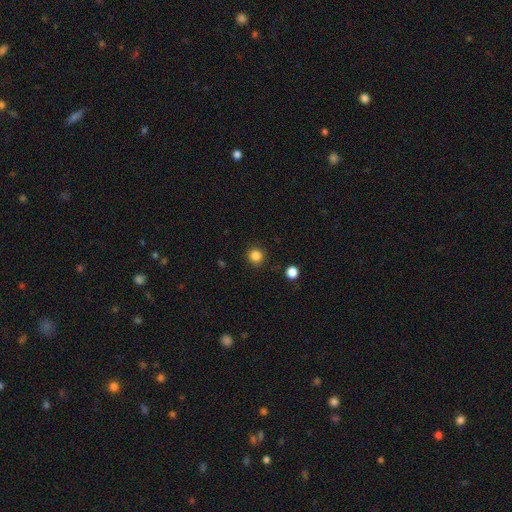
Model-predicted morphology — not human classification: type=smooth (84%); roundness=round (93%); merging=none (89%).